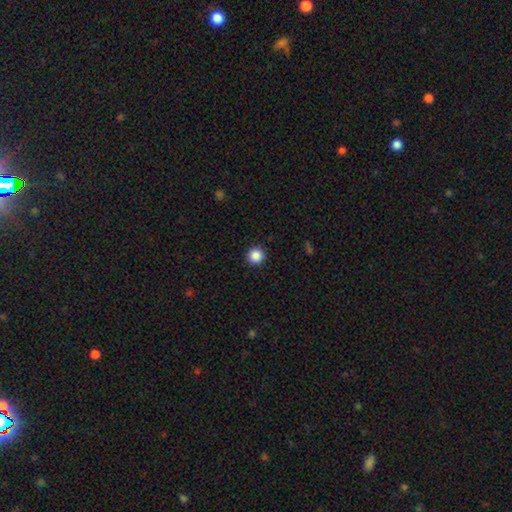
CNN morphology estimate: Overall: smooth (87%). How rounded: round (96%). Merging: none (93%).